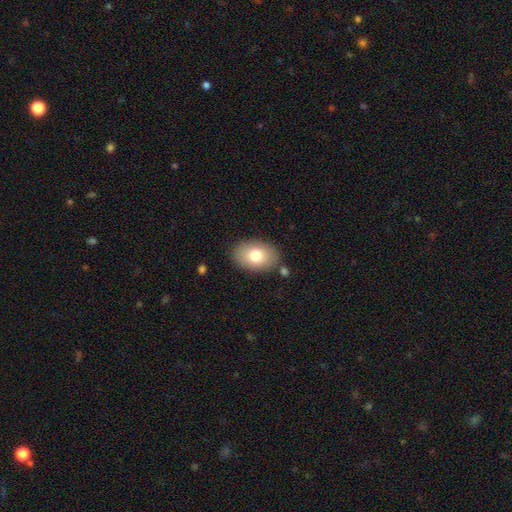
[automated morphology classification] Smooth or featured? smooth (77%)
How rounded? in between (85%)
Merging? none (83%)